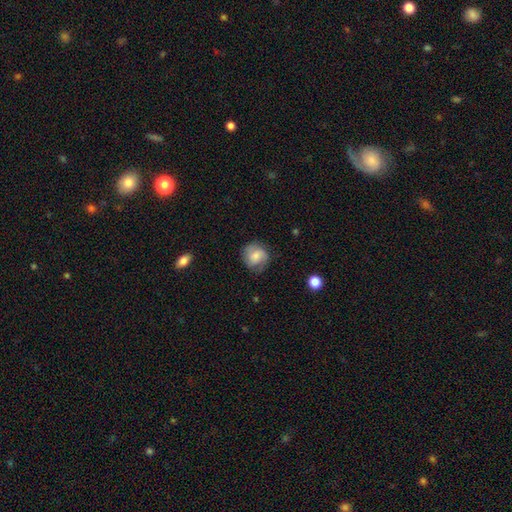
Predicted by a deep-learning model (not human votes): A smooth galaxy with no disk features (59%) that is round (80%).

Vote fractions:
- Smooth or featured? smooth: 59% / featured or disk: 34% / star or artifact: 8%
- How rounded? round: 80% / in between: 19% / cigar-shaped: 1%
- Merging? none: 70% / minor disturbance: 21% / major disturbance: 8% / merger: 1%